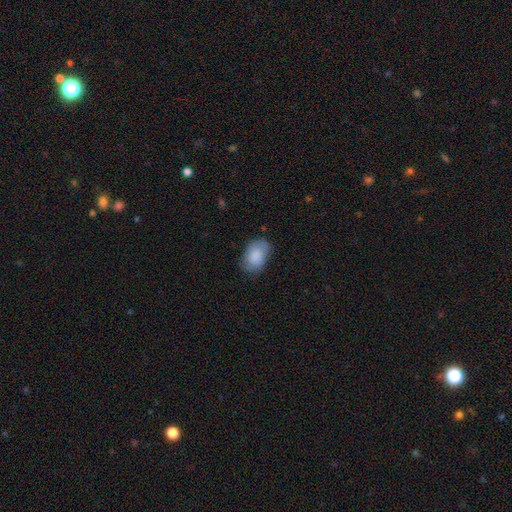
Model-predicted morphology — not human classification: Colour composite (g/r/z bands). It shows a smooth galaxy with no disk features (81%) that is in between round and cigar-shaped (87%). Merging: none (68%).